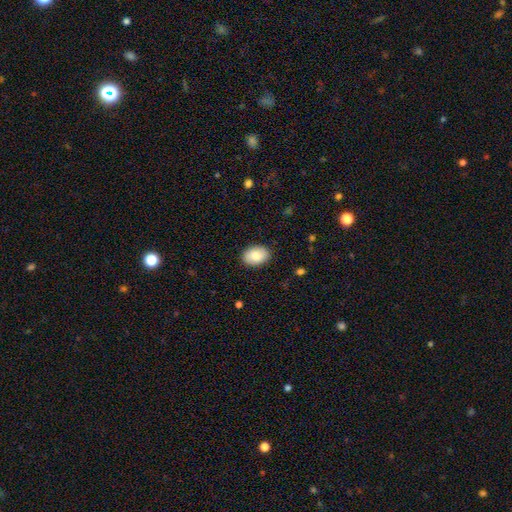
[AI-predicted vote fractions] Smooth or featured? Predicted: smooth (p=0.82). How rounded? Predicted: in between (p=0.82). Merging? Predicted: none (p=0.89).